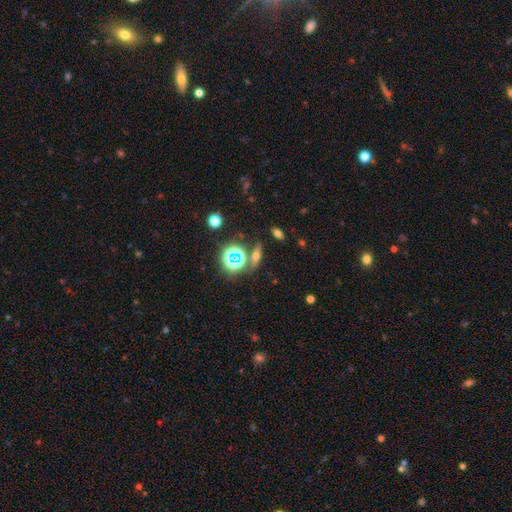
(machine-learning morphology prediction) This appears to be a smooth galaxy with no disk features (40%). Merging: none (81%).